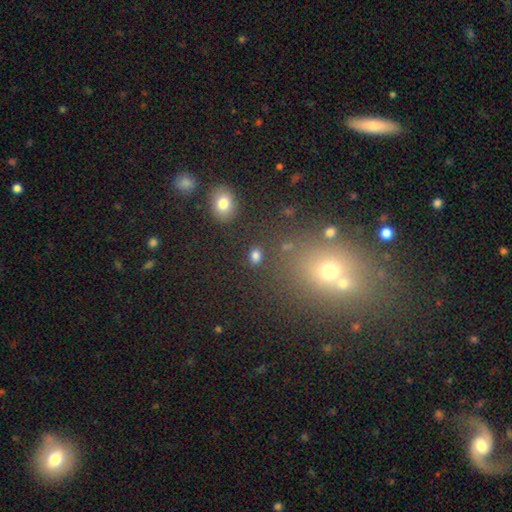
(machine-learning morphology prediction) Overall: smooth (80%). How rounded: in between (66%; round 32%). Merging: none (83%).